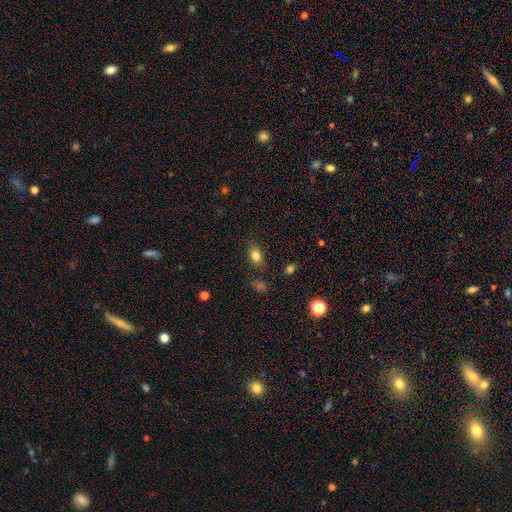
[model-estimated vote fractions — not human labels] smooth 81%, star or artifact 11%, featured or disk 8%. Down the decision tree: how rounded — in between (74%); merging — none (77%).